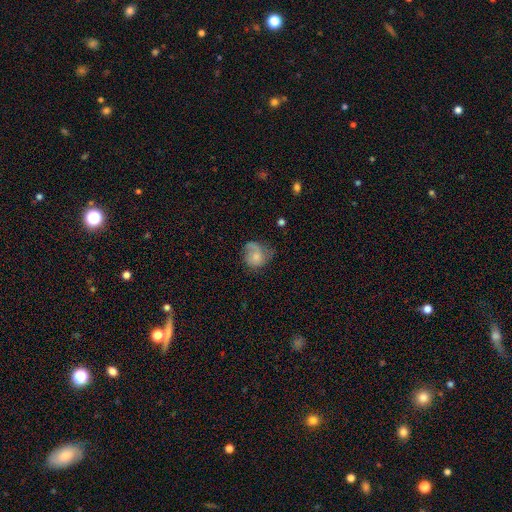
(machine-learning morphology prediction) Smooth or featured?
  - smooth: 55% *
  - featured or disk: 36%
  - star or artifact: 9%
How rounded?
  - round: 67% *
  - in between: 32%
  - cigar-shaped: 1%
Merging?
  - none: 42% *
  - minor disturbance: 29%
  - major disturbance: 26%
  - merger: 3%